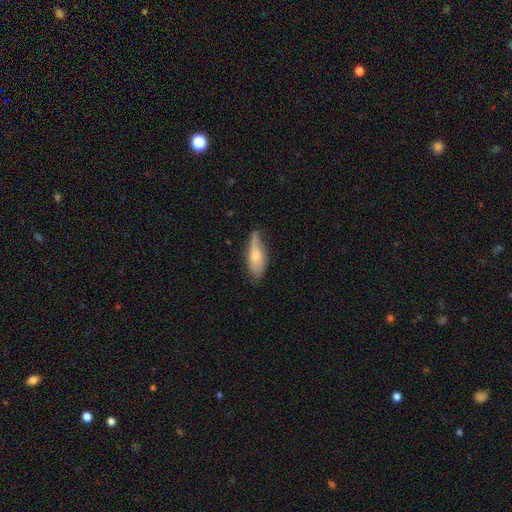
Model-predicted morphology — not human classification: A smooth galaxy with no disk features (66%) that is in between round and cigar-shaped (63%).

Vote fractions:
- Smooth or featured? smooth: 66% / featured or disk: 28% / star or artifact: 6%
- How rounded? in between: 63% / cigar-shaped: 34% / round: 2%
- Merging? none: 53% / minor disturbance: 36% / major disturbance: 9% / merger: 2%